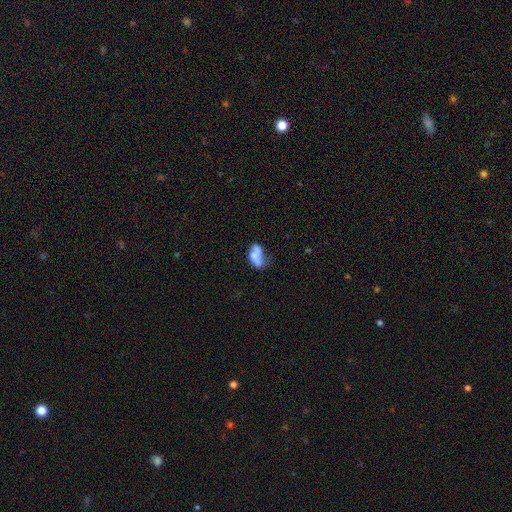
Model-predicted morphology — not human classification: This appears to be a smooth galaxy with no disk features (57%) that is in between round and cigar-shaped (85%). Merging: none (29%).